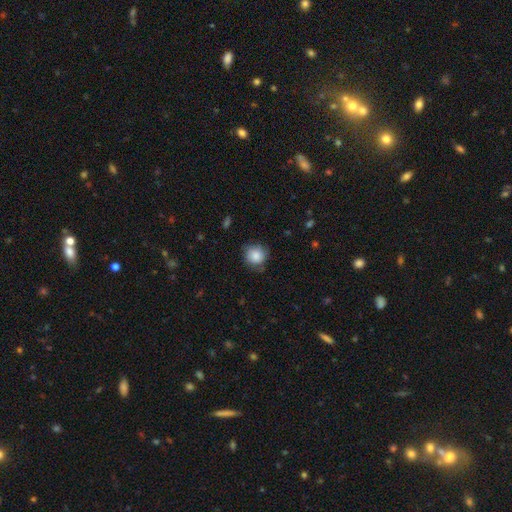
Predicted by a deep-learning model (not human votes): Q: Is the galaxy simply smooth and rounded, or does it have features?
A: smooth — 85%.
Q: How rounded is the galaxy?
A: round — 89%.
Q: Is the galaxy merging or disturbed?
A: none — 72%.